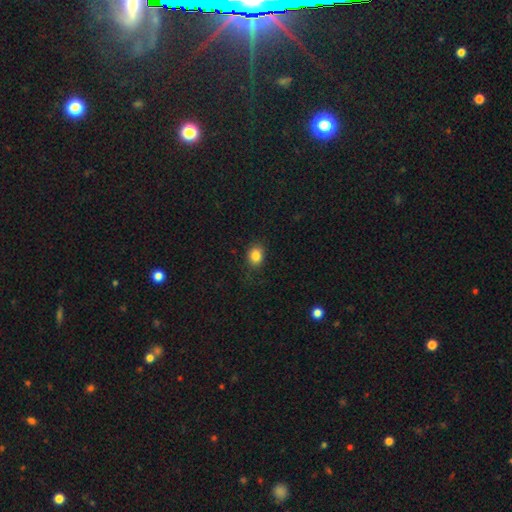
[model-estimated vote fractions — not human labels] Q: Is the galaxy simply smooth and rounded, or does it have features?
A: smooth — 84%.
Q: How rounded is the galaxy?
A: round — 51%.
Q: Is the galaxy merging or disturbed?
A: none — 81%.